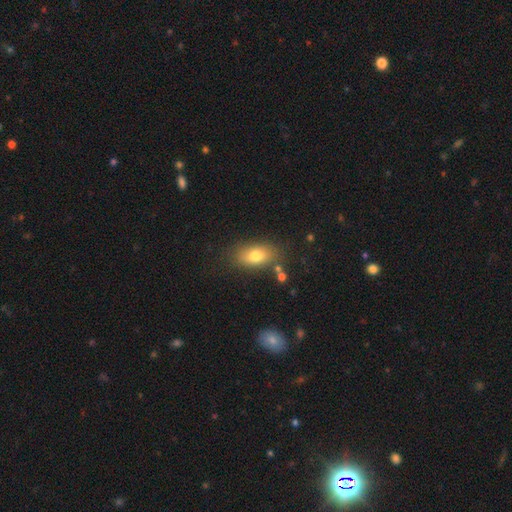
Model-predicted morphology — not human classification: Q: Smooth or featured?
A: smooth (78%); runner-up: featured or disk (13%)
Q: How rounded?
A: in between (87%); runner-up: round (9%)
Q: Merging?
A: none (78%); runner-up: minor disturbance (14%)